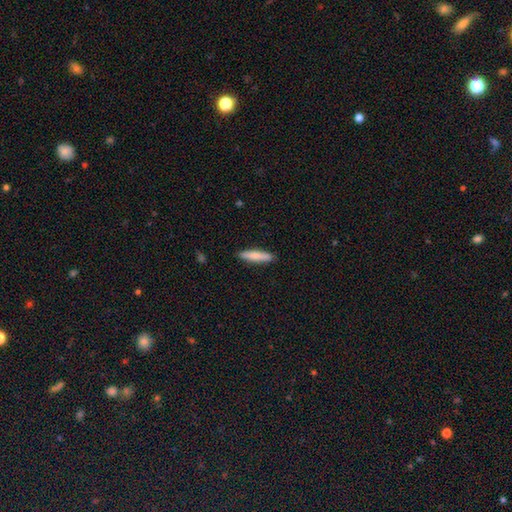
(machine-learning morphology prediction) This appears to be a smooth galaxy with no disk features (77%) that is cigar-shaped (83%). Merging: none (89%).